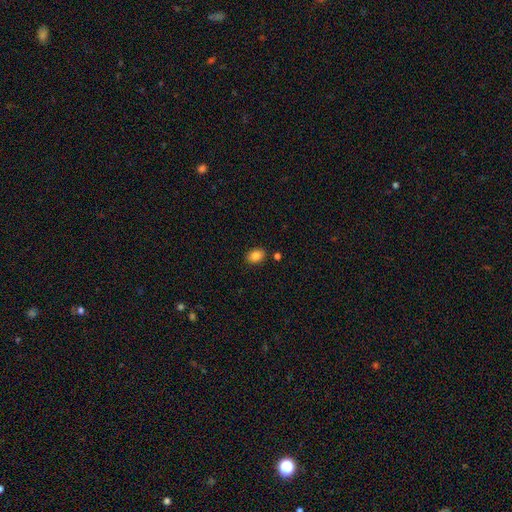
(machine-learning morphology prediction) Overall: smooth (86%). How rounded: in between (75%). Merging: none (85%).